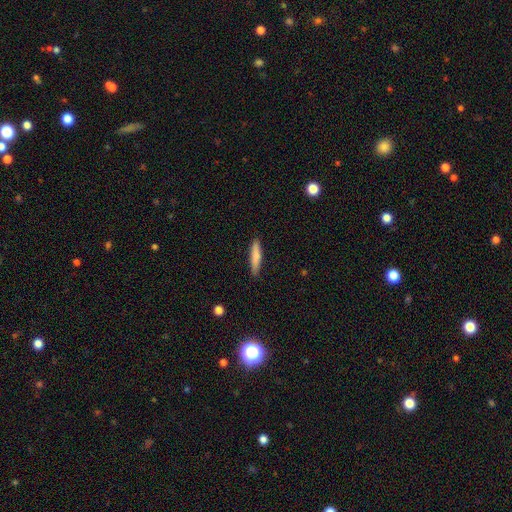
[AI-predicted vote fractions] A smooth galaxy with no disk features (79%) that is cigar-shaped (88%). Merging: none (88%).